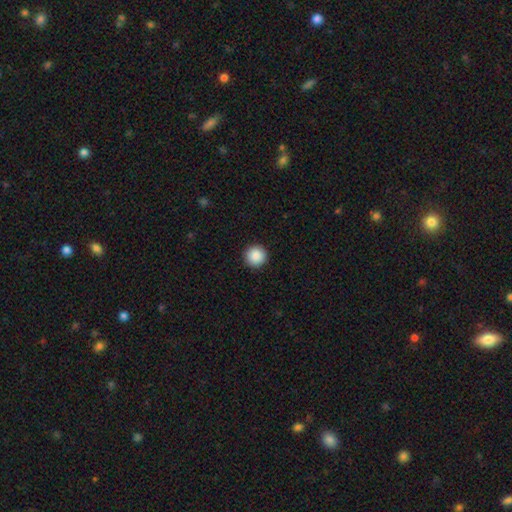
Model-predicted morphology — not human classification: This is clearly a smooth galaxy (88%). How rounded: clearly round (96%). Merging: clearly none (93%).